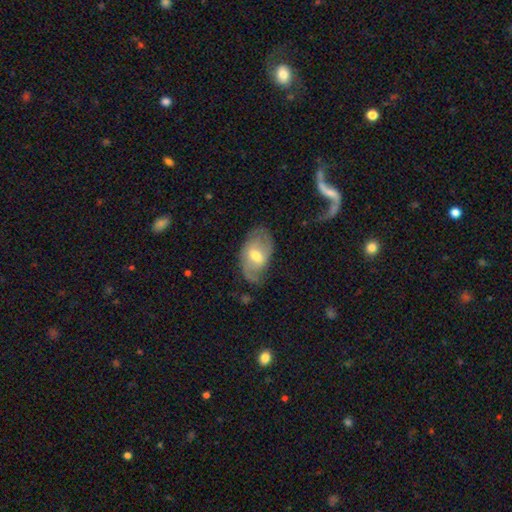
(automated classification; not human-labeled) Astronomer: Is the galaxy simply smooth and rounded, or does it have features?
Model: featured or disk — 65%.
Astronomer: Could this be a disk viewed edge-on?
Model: no — 94%.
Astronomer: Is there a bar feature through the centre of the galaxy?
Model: weak — 55%.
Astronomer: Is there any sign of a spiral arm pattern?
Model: yes — 79%.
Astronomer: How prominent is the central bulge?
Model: moderate — 71%.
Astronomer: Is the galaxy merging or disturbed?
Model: none — 61%.